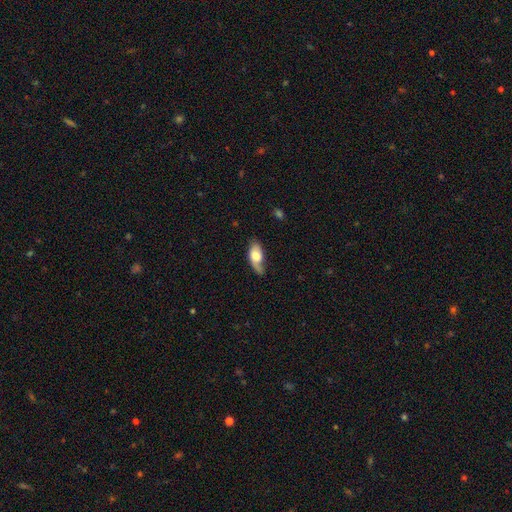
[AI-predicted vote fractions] This appears to be a smooth galaxy with no disk features (60%) that is in between round and cigar-shaped (85%). Merging: none (47%).